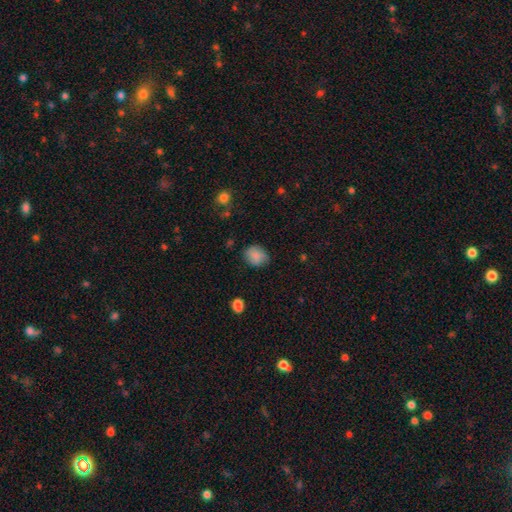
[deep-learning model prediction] Smooth or featured? smooth (83%)
How rounded? round (52%)
Merging? none (73%)